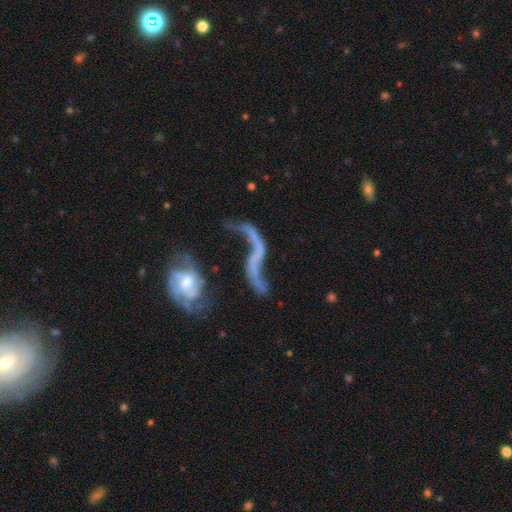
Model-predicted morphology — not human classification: This appears to be a featured or disk galaxy (75%) with no bar (54%), 2 (78%) loose (88%) spiral arms (76%) and a small central bulge (41%, tied with none). Merging: none (30%, tied with major disturbance).